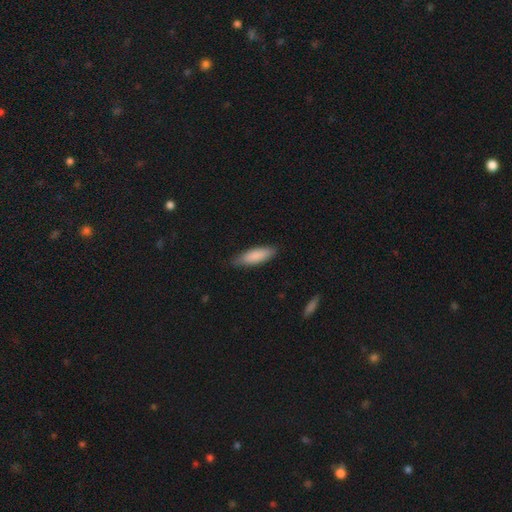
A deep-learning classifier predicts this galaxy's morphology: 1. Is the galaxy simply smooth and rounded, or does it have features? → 86% smooth, 9% featured or disk, 6% star or artifact.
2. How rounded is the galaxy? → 51% in between, 48% cigar-shaped, 1% round.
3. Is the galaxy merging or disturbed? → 81% none, 15% minor disturbance, 2% major disturbance, 1% merger.